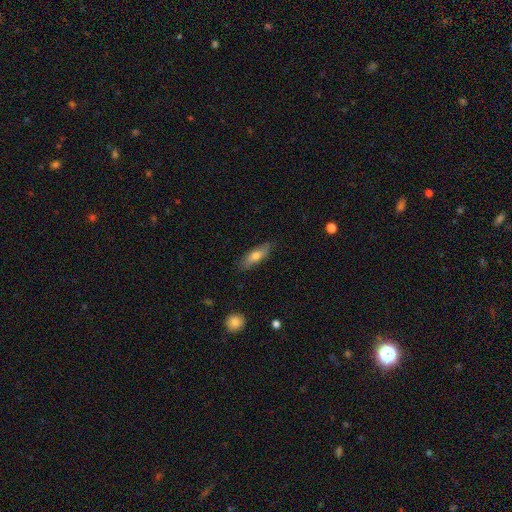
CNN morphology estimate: Smooth or featured?
  - smooth: 67% *
  - featured or disk: 27%
  - star or artifact: 6%
How rounded?
  - cigar-shaped: 51% *
  - in between: 47%
  - round: 2%
Merging?
  - none: 84% *
  - minor disturbance: 13%
  - major disturbance: 2%
  - merger: 1%